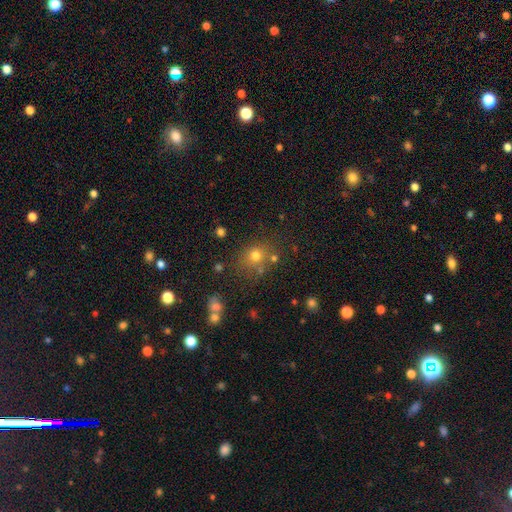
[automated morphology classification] Smooth or featured?
  - smooth: 70% *
  - star or artifact: 20%
  - featured or disk: 10%
How rounded?
  - round: 75% *
  - in between: 24%
  - cigar-shaped: 1%
Merging?
  - none: 69% *
  - minor disturbance: 13%
  - merger: 12%
  - major disturbance: 5%